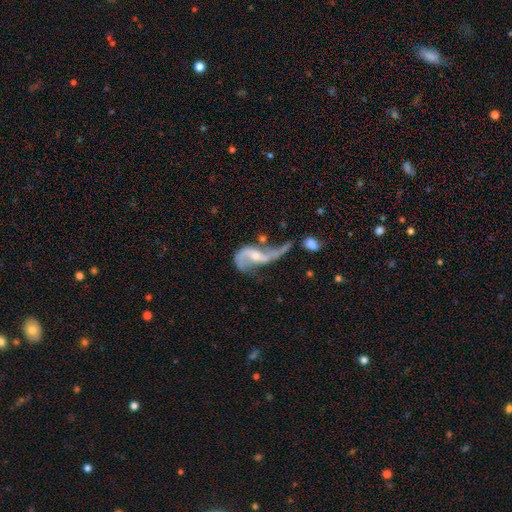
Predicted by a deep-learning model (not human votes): Overall: featured or disk (83%). Edge-on disk: no (96%). Bar: no (45%; weak 40%). Spiral arms: yes (87%). Spiral arm count: 2 (82%). Spiral winding: loose (83%). Bulge size: small (47%; moderate 35%). Merging: major disturbance (36%; merger 27%).